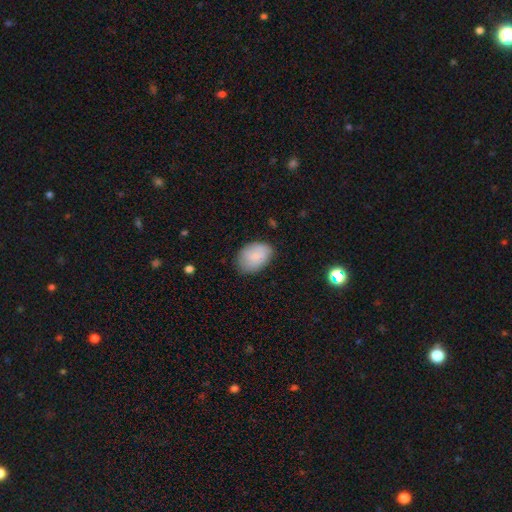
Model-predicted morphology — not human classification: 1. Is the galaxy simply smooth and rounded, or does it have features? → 84% smooth, 9% featured or disk, 7% star or artifact.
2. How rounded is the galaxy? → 84% in between, 15% round, 1% cigar-shaped.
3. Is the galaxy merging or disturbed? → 76% none, 19% minor disturbance, 4% major disturbance, 1% merger.